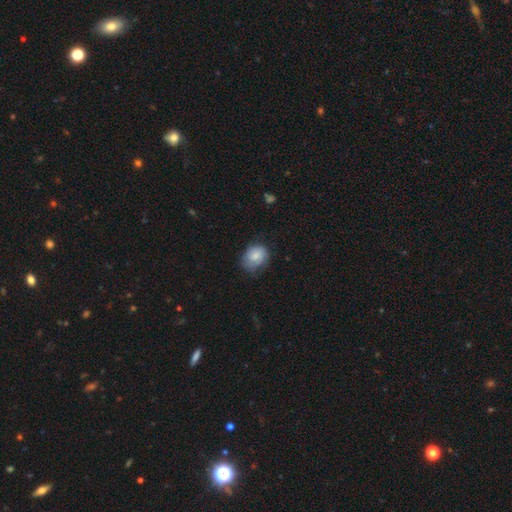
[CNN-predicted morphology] Q: Smooth or featured?
A: smooth (74%); runner-up: featured or disk (19%)
Q: How rounded?
A: in between (50%); runner-up: round (49%)
Q: Merging?
A: none (61%); runner-up: minor disturbance (30%)